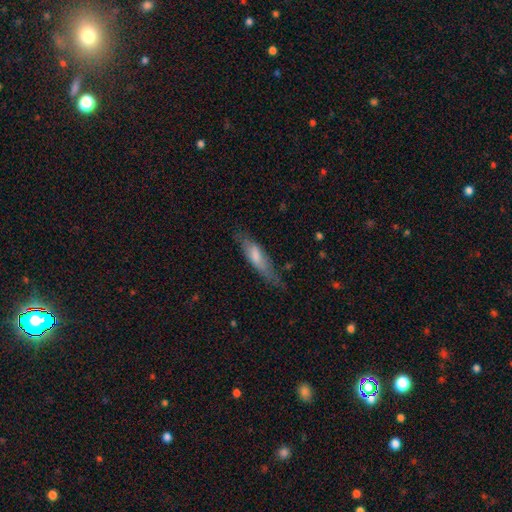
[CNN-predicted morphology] Smooth or featured? smooth (60%)
How rounded? cigar-shaped (72%)
Merging? none (62%)